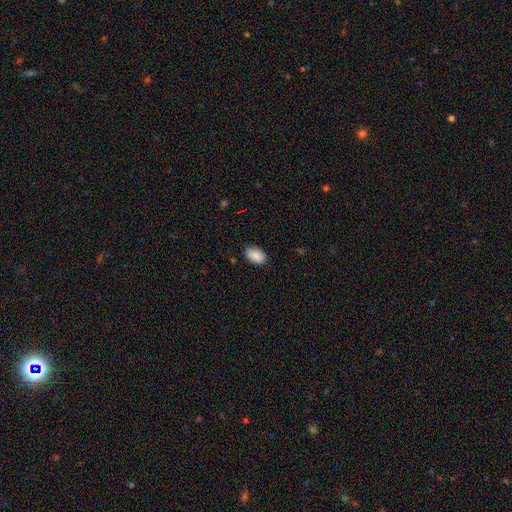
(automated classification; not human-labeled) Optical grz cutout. It shows a smooth galaxy with no disk features (90%) that is in between round and cigar-shaped (91%). Merging: none (87%).